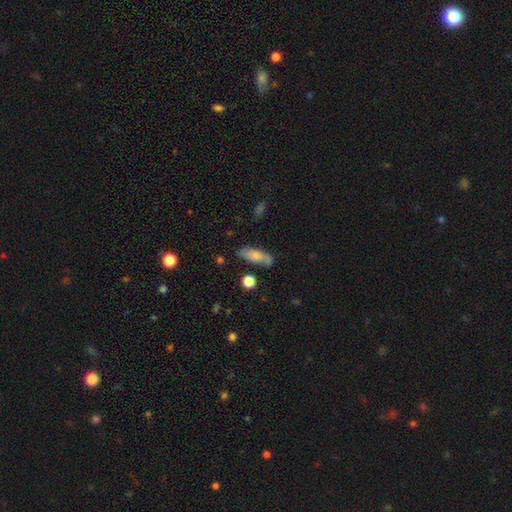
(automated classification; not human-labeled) Overall: smooth (67%). How rounded: in between (67%; cigar-shaped 29%). Merging: none (68%).